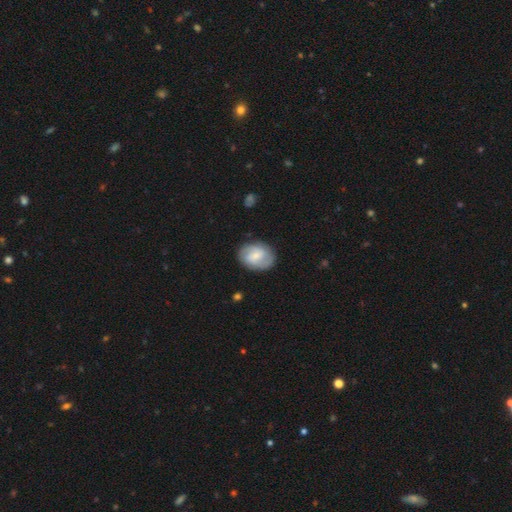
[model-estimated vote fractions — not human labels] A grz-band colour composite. It shows a featured or disk galaxy (57%) with a weak bar (54%), spiral arms (87%) and a small central bulge (57%). Merging: none (81%).